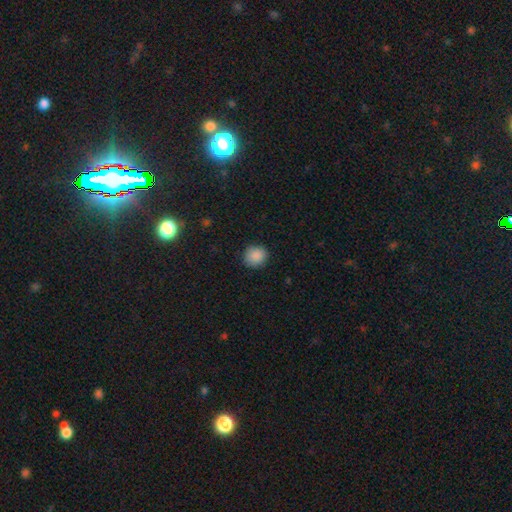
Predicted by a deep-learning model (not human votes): A smooth galaxy with no disk features (88%) that is round (81%). Merging: none (88%).